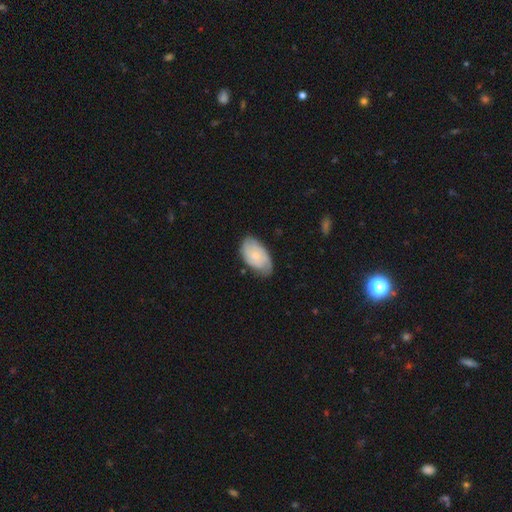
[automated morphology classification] smooth-or-featured: featured or disk: 53% | smooth: 41% | star or artifact: 6%
  disk-edge-on: no: 95% | yes: 5%
    bar: no: 80% | weak: 17% | strong: 2%
    has-spiral-arms: yes: 83% | no: 17%
    bulge-size: small: 72% | moderate: 22% | none: 4% | large: 1% | dominant: 1%
  merging: none: 66% | minor disturbance: 27% | major disturbance: 6% | merger: 1%